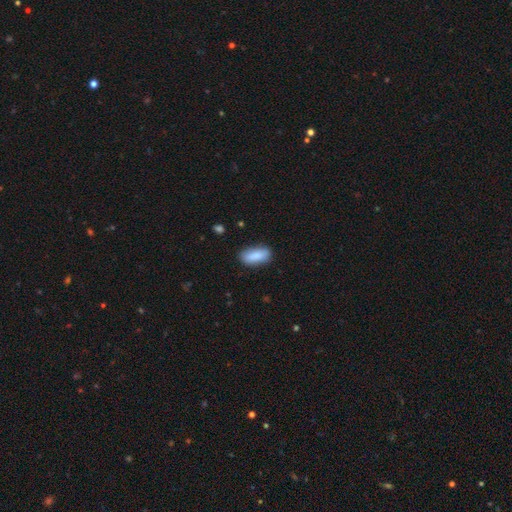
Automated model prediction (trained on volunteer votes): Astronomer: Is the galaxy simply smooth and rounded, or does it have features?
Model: smooth — 87%.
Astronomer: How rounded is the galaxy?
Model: in between — 86%.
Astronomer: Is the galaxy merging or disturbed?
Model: none — 79%.